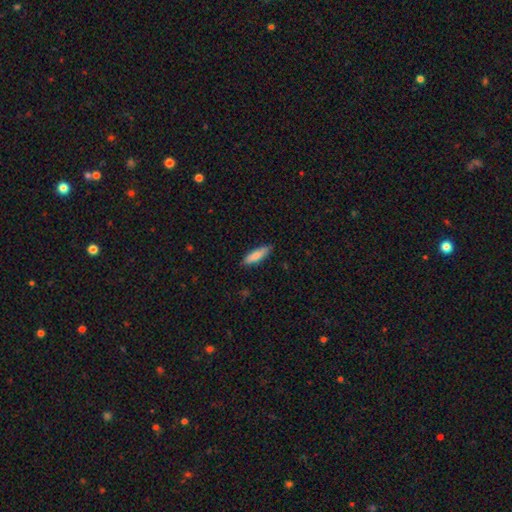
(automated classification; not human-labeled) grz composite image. It shows a smooth galaxy with no disk features (82%) that is cigar-shaped (64%). Merging: none (85%).